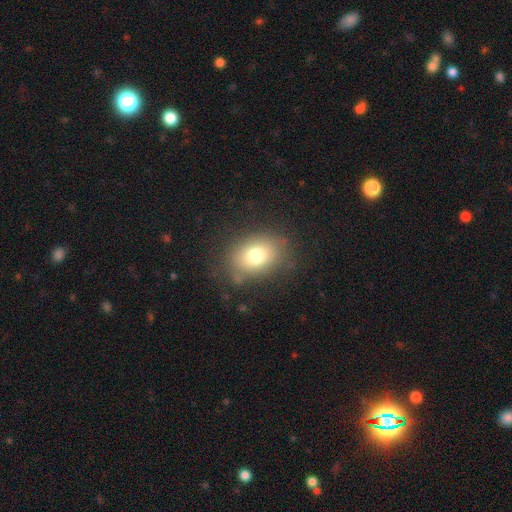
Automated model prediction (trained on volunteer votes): smooth-or-featured: smooth: 75% | featured or disk: 13% | star or artifact: 12%
  how-rounded: in between: 65% | round: 34% | cigar-shaped: 1%
  merging: none: 75% | minor disturbance: 17% | major disturbance: 7% | merger: 2%